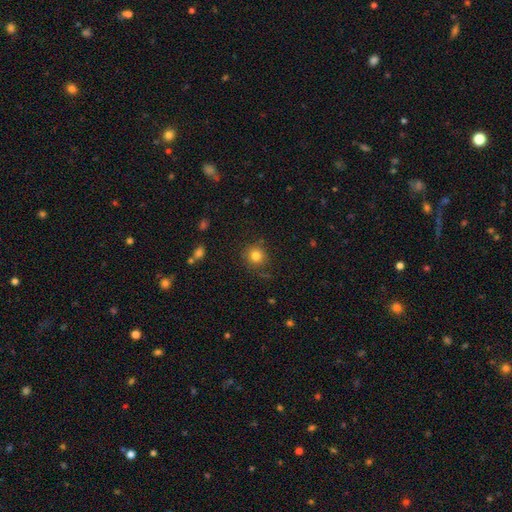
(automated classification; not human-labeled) smooth 81%, star or artifact 12%, featured or disk 7%. Down the decision tree: how rounded — round (92%); merging — none (83%).